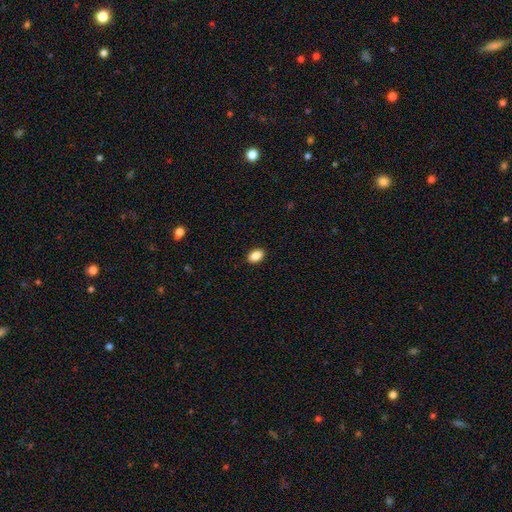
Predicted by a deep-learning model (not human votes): smooth 88%, star or artifact 8%, featured or disk 4%. Down the decision tree: how rounded — in between (88%); merging — none (90%).